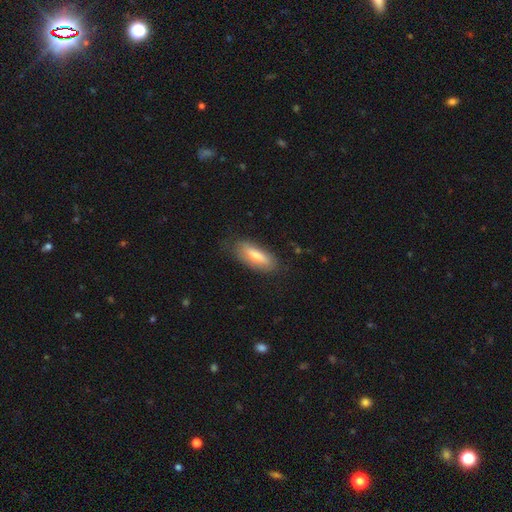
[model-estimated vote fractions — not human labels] Morphology: type=smooth (68%); roundness=in between (61%); merging=none (76%).